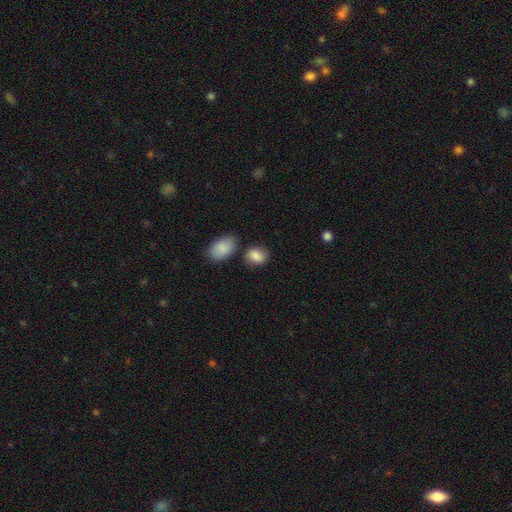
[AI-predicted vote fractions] Smooth or featured: smooth — 87% (star or artifact — 7%)
How rounded: in between — 59% (round — 40%)
Merging: none — 71% (minor disturbance — 15%)